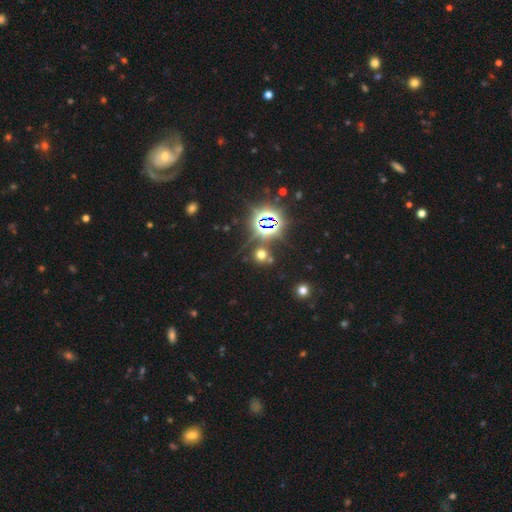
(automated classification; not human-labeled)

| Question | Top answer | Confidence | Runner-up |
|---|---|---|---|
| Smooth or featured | star or artifact | 60% | smooth (23%) |